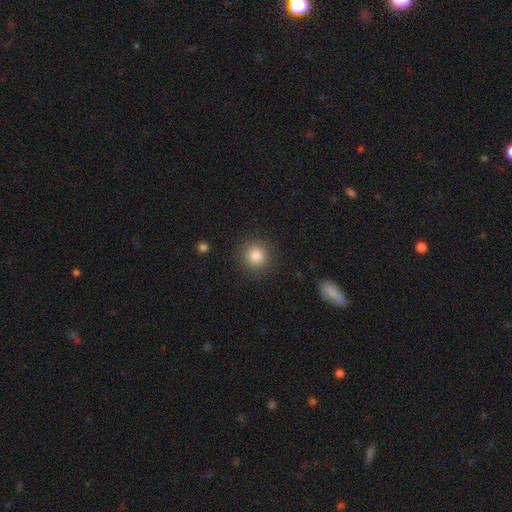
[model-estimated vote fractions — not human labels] Smooth or featured: smooth — 83% (star or artifact — 11%)
How rounded: round — 93% (in between — 6%)
Merging: none — 89% (minor disturbance — 7%)